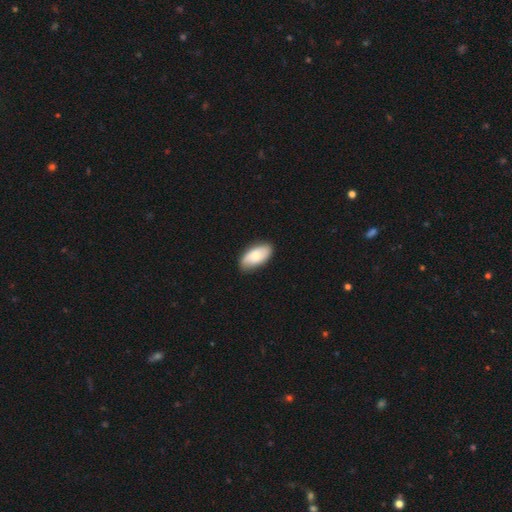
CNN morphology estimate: smooth-or-featured: smooth: 71% | featured or disk: 24% | star or artifact: 6%
  how-rounded: in between: 93% | cigar-shaped: 4% | round: 3%
  merging: none: 84% | minor disturbance: 13% | major disturbance: 2% | merger: 1%